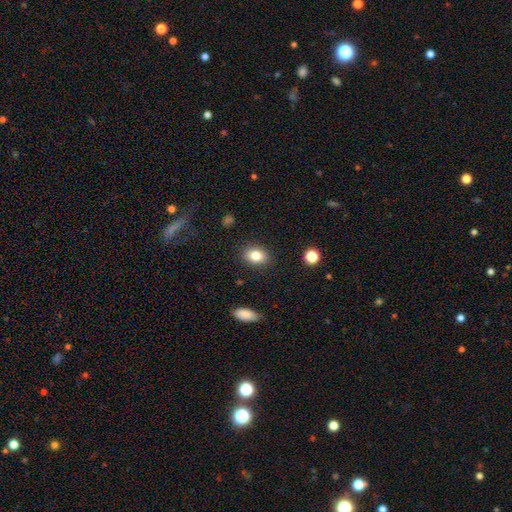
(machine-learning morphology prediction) Smooth or featured? Predicted: smooth (p=0.82). How rounded? Predicted: in between (p=0.62). Merging? Predicted: none (p=0.88).